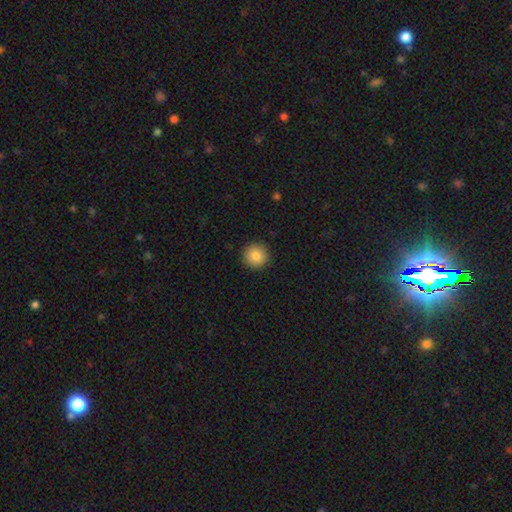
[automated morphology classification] Q: Smooth or featured?
A: smooth (86%); runner-up: star or artifact (9%)
Q: How rounded?
A: round (96%); runner-up: in between (4%)
Q: Merging?
A: none (92%); runner-up: minor disturbance (5%)